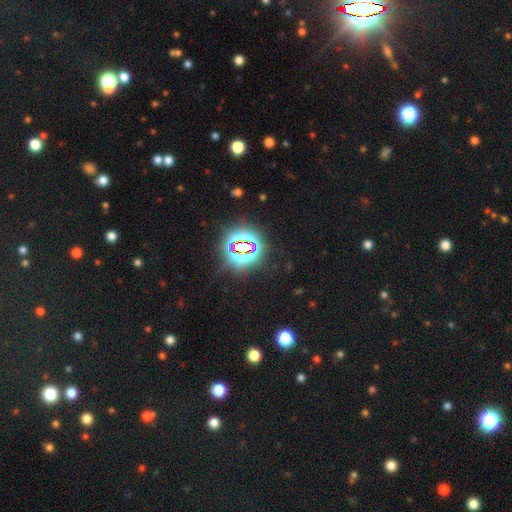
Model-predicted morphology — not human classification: Q: Smooth or featured?
A: star or artifact (78%); runner-up: smooth (15%)